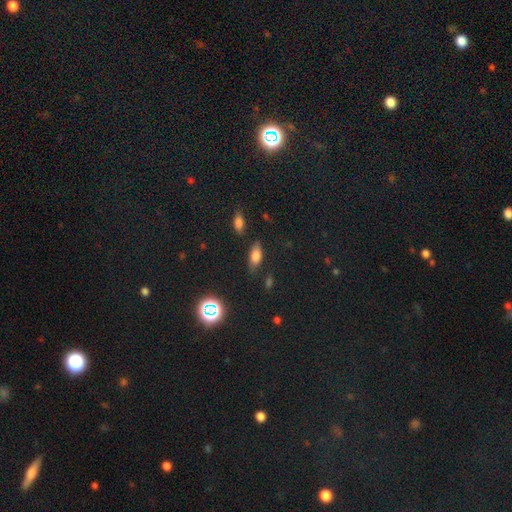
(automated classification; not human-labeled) Morphology: type=smooth (73%); roundness=in between (83%); merging=none (71%).